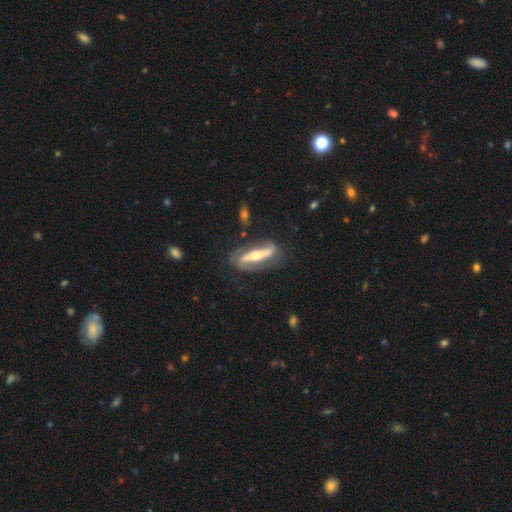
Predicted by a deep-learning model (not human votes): This appears to be a featured or disk galaxy (78%) with a strong bar (66%), spiral arms (76%) and a moderate central bulge (65%). Merging: none (72%).